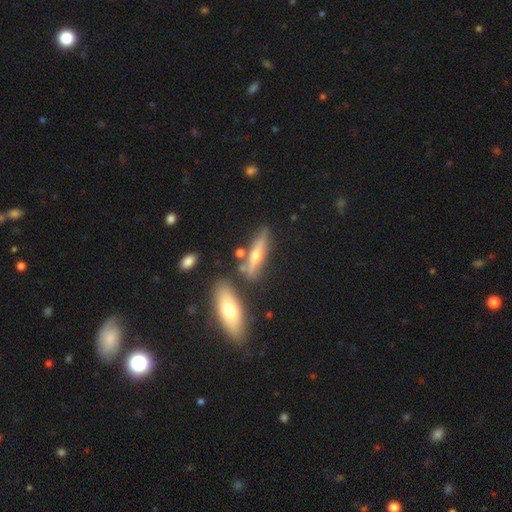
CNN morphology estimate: The model was most divided on "smooth or featured": featured or disk: 55%, smooth: 37%, star or artifact: 8%. More confident: edge-on disk — yes (86%); merging — none (70%).